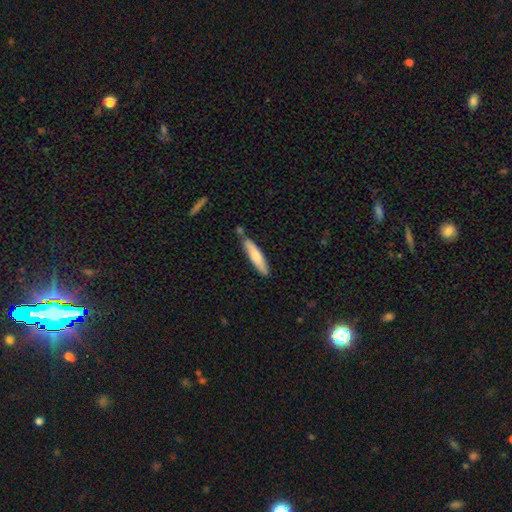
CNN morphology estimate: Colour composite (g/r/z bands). It shows a smooth galaxy with no disk features (75%) that is cigar-shaped (85%). Merging: none (73%).